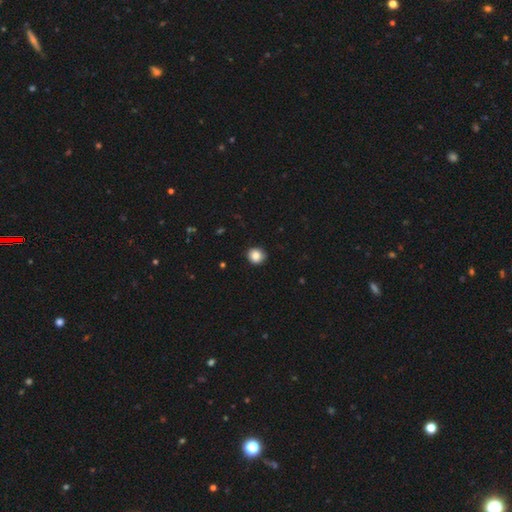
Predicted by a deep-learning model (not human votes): This is clearly a smooth galaxy (86%). How rounded: clearly round (85%). Merging: clearly none (89%).